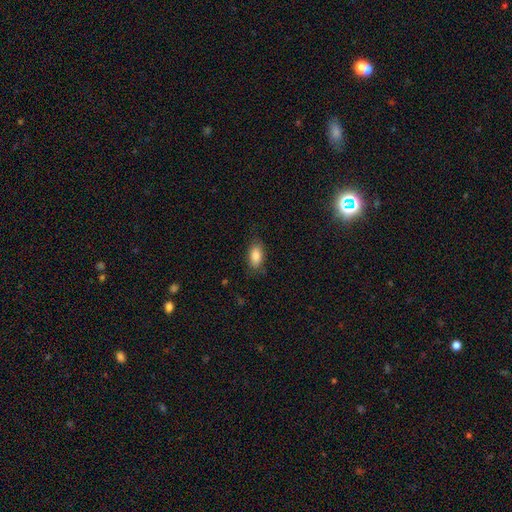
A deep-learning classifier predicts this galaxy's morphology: Smooth or featured?
  - smooth: 85% *
  - featured or disk: 8%
  - star or artifact: 7%
How rounded?
  - in between: 90% *
  - cigar-shaped: 6%
  - round: 4%
Merging?
  - none: 79% *
  - minor disturbance: 16%
  - major disturbance: 4%
  - merger: 1%